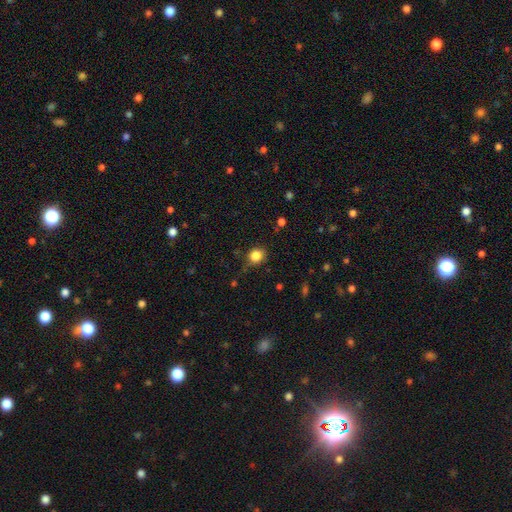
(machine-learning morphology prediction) A smooth galaxy with no disk features (83%) that is round (78%). Merging: none (76%).